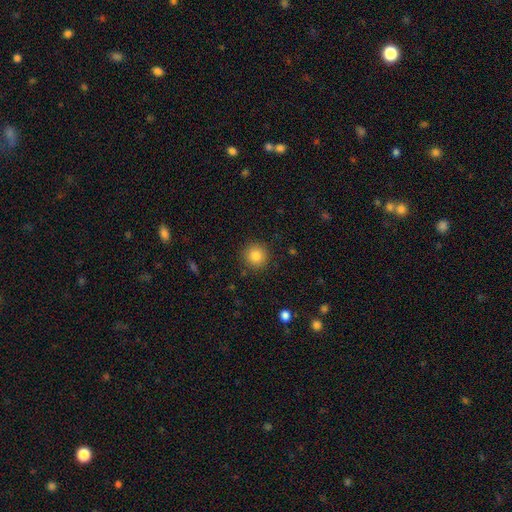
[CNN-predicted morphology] Smooth or featured?
  - smooth: 84% *
  - star or artifact: 10%
  - featured or disk: 6%
How rounded?
  - round: 94% *
  - in between: 5%
  - cigar-shaped: 1%
Merging?
  - none: 90% *
  - minor disturbance: 6%
  - major disturbance: 2%
  - merger: 1%